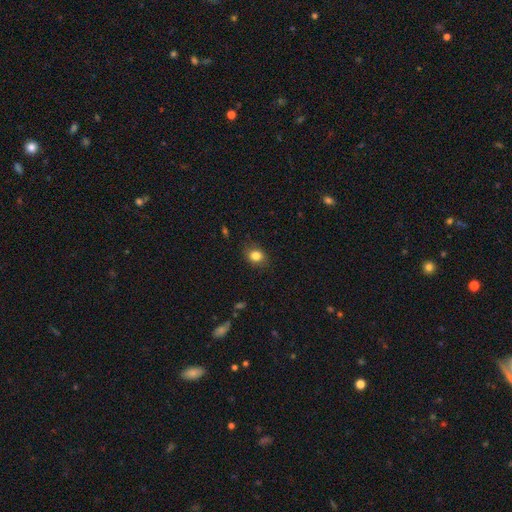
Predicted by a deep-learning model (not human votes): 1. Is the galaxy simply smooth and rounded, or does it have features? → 83% smooth, 11% star or artifact, 7% featured or disk.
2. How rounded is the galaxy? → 57% round, 42% in between, 1% cigar-shaped.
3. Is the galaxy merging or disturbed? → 84% none, 12% minor disturbance, 3% major disturbance, 1% merger.